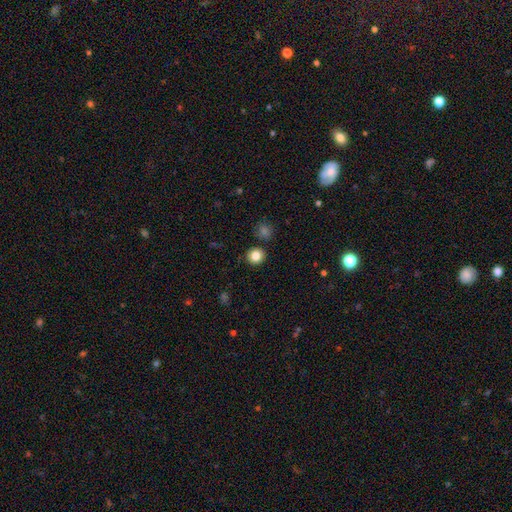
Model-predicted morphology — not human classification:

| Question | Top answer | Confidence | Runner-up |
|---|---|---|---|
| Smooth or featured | smooth | 84% | star or artifact (10%) |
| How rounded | round | 91% | in between (8%) |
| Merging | none | 89% | minor disturbance (6%) |